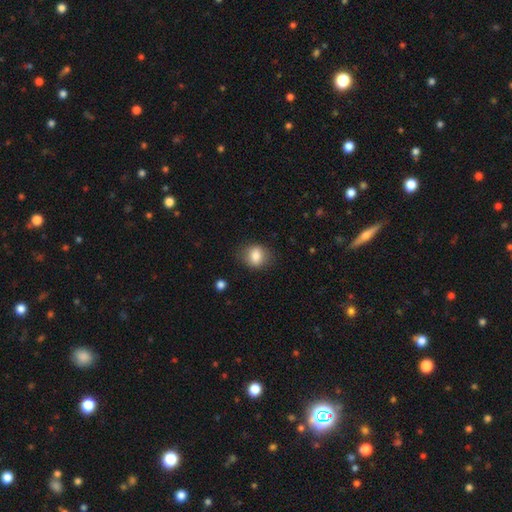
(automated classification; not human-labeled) Smooth or featured: smooth — 83% (star or artifact — 9%)
How rounded: round — 52% (in between — 47%)
Merging: none — 78% (minor disturbance — 15%)